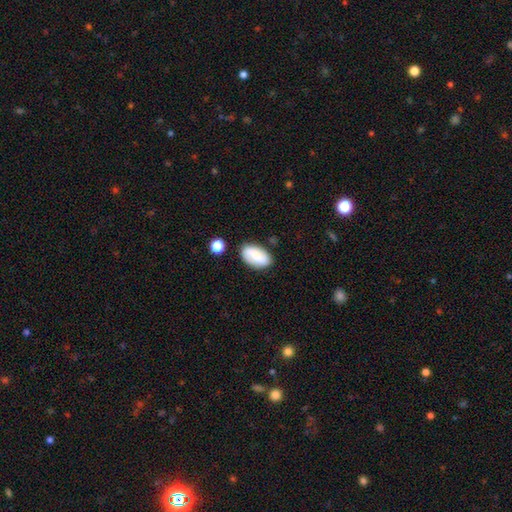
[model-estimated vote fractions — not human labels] smooth-or-featured: smooth: 71% | featured or disk: 21% | star or artifact: 8%
  how-rounded: in between: 93% | round: 5% | cigar-shaped: 2%
  merging: none: 77% | minor disturbance: 15% | merger: 4% | major disturbance: 4%